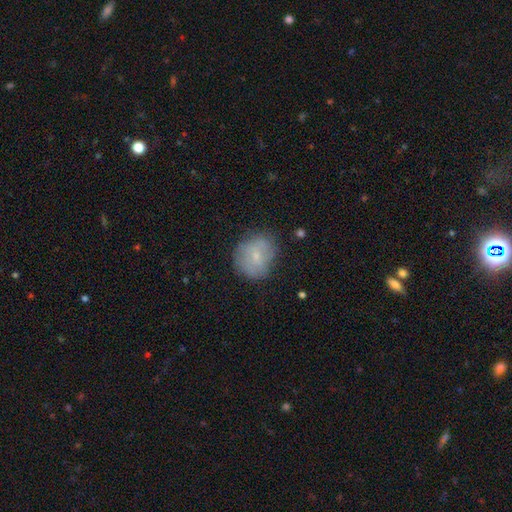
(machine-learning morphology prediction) smooth_or_featured: smooth (p=0.66) [alt: featured or disk p=0.25]
how_rounded: round (p=0.68) [alt: in between p=0.31]
merging: none (p=0.68) [alt: minor disturbance p=0.22]